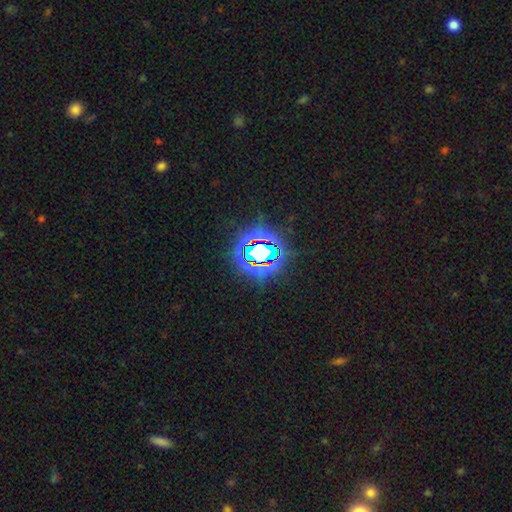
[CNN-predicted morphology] The model was most divided on "smooth or featured": star or artifact: 79%, smooth: 13%, featured or disk: 8%.